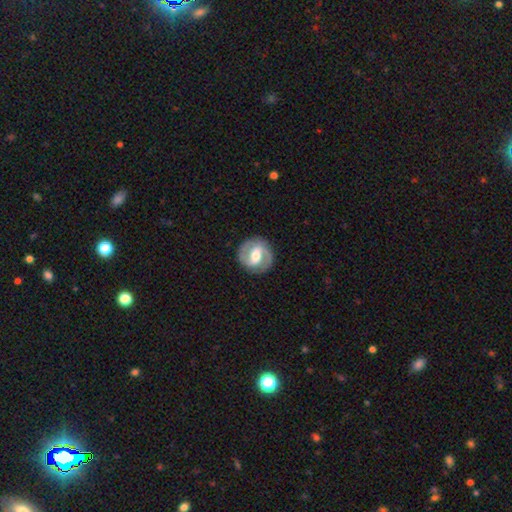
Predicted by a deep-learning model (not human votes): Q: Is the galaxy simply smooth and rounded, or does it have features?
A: featured or disk — 81%.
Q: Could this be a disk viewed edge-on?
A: no — 97%.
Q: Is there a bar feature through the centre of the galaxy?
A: weak — 43%.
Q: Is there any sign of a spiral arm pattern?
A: yes — 90%.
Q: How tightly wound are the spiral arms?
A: medium — 49%.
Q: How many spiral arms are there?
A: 2 — 91%.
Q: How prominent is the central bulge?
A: moderate — 66%.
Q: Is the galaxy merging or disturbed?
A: none — 88%.